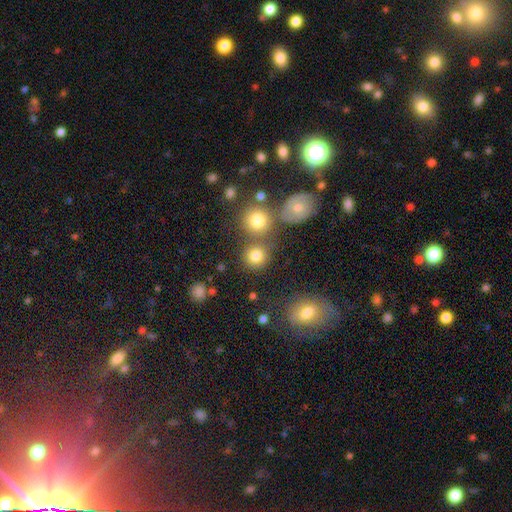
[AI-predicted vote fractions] The model was most divided on "merging": none: 68%, merger: 19%, minor disturbance: 9%, major disturbance: 4%. More confident: how rounded — round (87%); smooth or featured — smooth (80%).